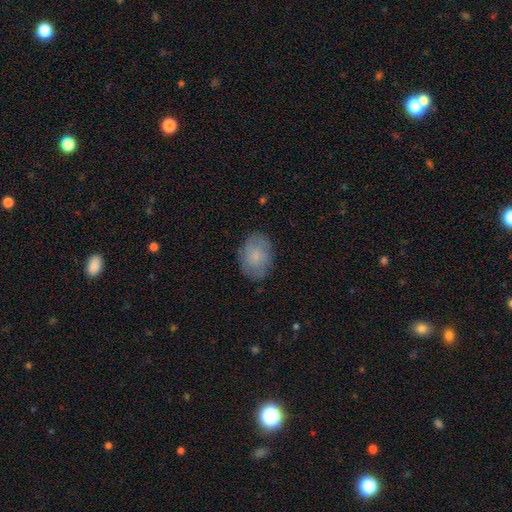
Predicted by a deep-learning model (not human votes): Smooth or featured? Predicted: smooth (p=0.63). How rounded? Predicted: in between (p=0.74). Merging? Predicted: none (p=0.80).